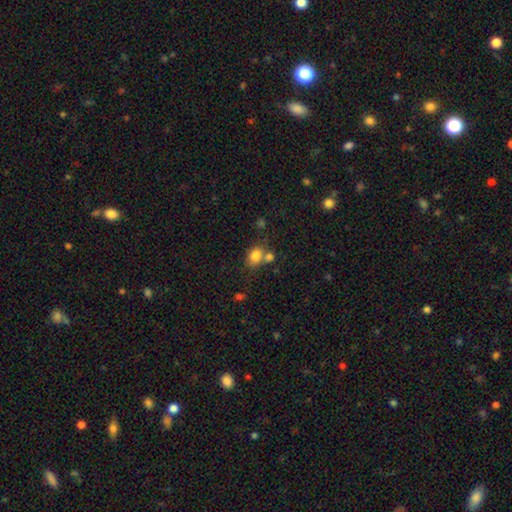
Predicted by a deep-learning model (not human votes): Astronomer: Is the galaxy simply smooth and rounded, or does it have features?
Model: smooth — 81%.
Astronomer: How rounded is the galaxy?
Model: in between — 62%.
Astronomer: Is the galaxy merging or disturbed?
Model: none — 53% (runner-up: merger, 30%).